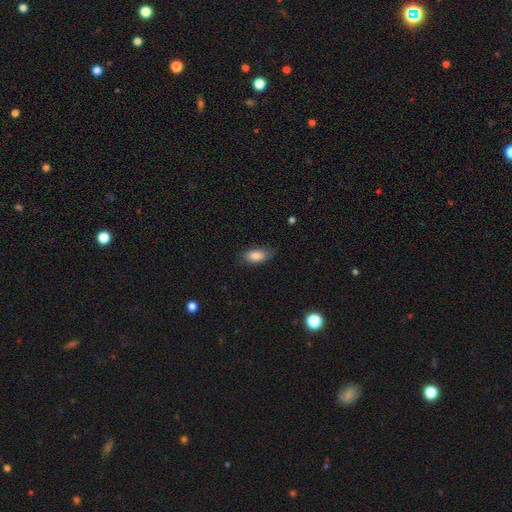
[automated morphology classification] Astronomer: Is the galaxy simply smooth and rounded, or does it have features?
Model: smooth — 86%.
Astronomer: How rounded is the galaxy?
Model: in between — 88%.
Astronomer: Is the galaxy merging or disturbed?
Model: none — 75%.